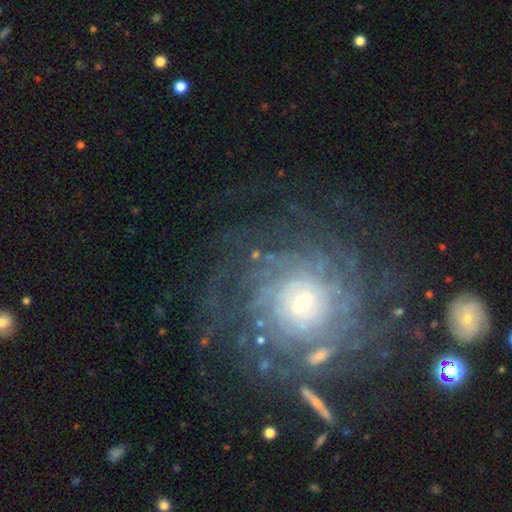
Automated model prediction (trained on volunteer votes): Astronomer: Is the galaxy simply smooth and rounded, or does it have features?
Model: featured or disk — 82%.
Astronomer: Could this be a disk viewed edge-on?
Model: no — 97%.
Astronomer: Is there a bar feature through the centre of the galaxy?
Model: no — 59%.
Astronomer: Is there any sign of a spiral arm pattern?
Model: yes — 95%.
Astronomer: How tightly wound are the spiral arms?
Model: tight — 73%.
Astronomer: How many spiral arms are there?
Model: more than 4 — 37% (runner-up: can't tell, 27%).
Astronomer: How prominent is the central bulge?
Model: small — 60%.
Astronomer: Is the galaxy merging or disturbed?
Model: none — 72%.